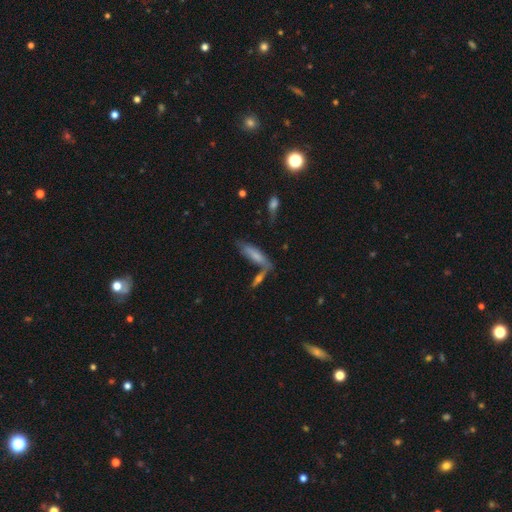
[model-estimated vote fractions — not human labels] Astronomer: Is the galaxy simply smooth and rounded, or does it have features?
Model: smooth — 66%.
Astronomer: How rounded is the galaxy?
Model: cigar-shaped — 61% (runner-up: in between, 37%).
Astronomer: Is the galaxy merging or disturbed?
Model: none — 46% (runner-up: merger, 30%).